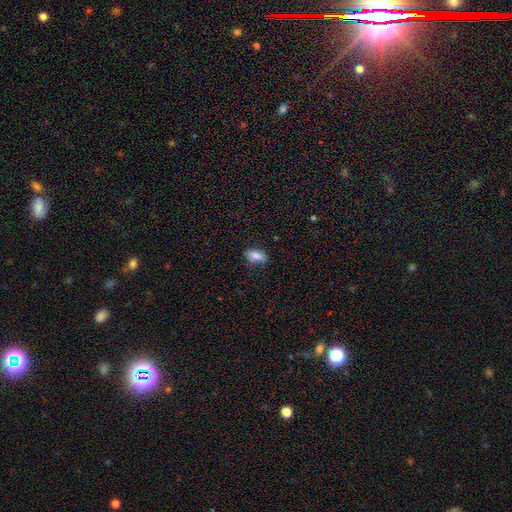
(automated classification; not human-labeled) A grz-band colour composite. It shows a smooth galaxy with no disk features (78%) that is in between round and cigar-shaped (86%). Merging: none (78%).